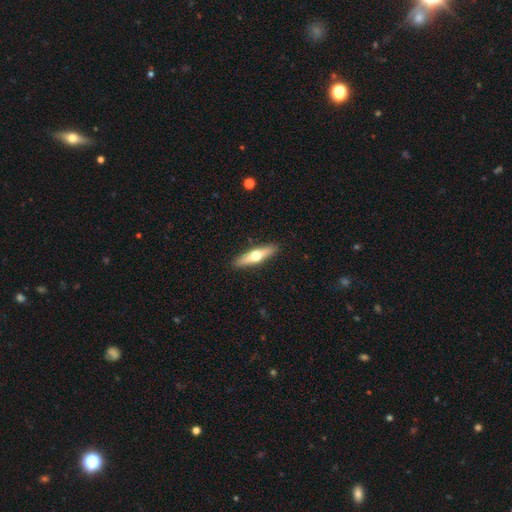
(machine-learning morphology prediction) Smooth or featured: featured or disk — 52% (smooth — 43%)
Edge-on disk: yes — 92% (no — 8%)
Merging: none — 91% (minor disturbance — 7%)